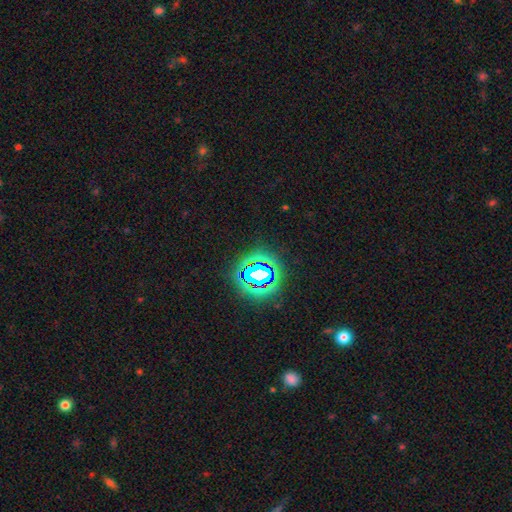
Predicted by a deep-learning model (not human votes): Smooth or featured: star or artifact — 79% (smooth — 13%)